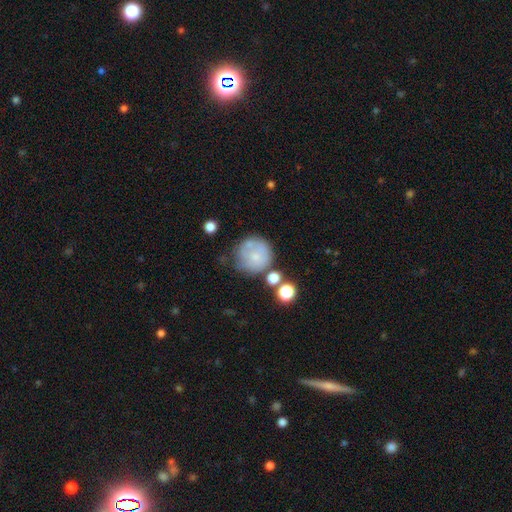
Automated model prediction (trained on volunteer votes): Smooth or featured: smooth — 65% (featured or disk — 25%)
How rounded: round — 92% (in between — 7%)
Merging: none — 56% (minor disturbance — 21%)